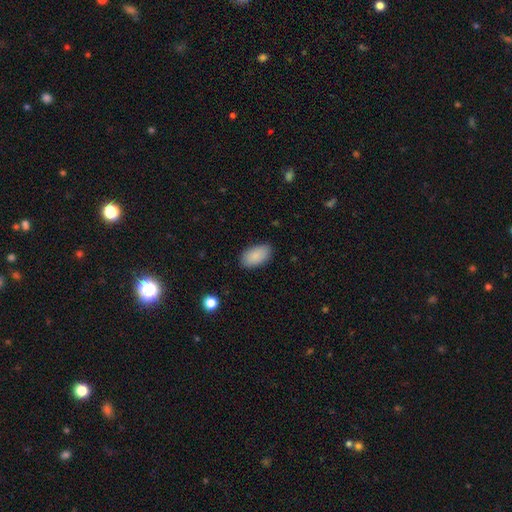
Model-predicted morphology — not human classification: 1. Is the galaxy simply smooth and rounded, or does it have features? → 88% smooth, 7% star or artifact, 6% featured or disk.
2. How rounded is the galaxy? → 95% in between, 3% round, 2% cigar-shaped.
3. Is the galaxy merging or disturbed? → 85% none, 12% minor disturbance, 2% major disturbance, 1% merger.